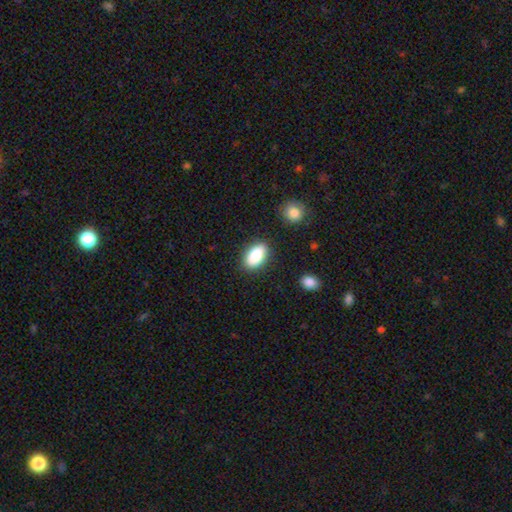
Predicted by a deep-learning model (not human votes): Q: Smooth or featured?
A: smooth (86%); runner-up: star or artifact (7%)
Q: How rounded?
A: in between (91%); runner-up: round (6%)
Q: Merging?
A: none (85%); runner-up: minor disturbance (10%)